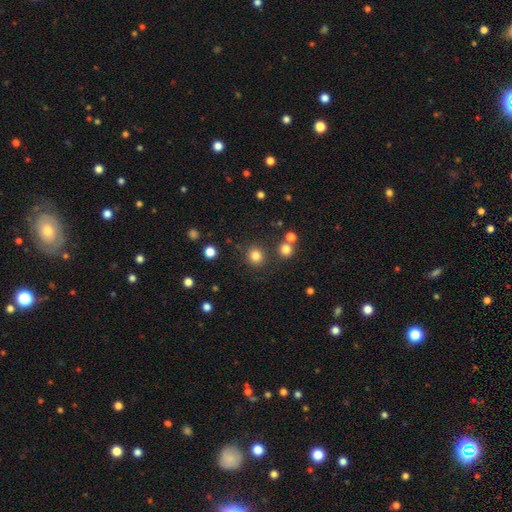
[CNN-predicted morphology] This appears to be a smooth galaxy with no disk features (82%) that is round (92%). Merging: none (83%).